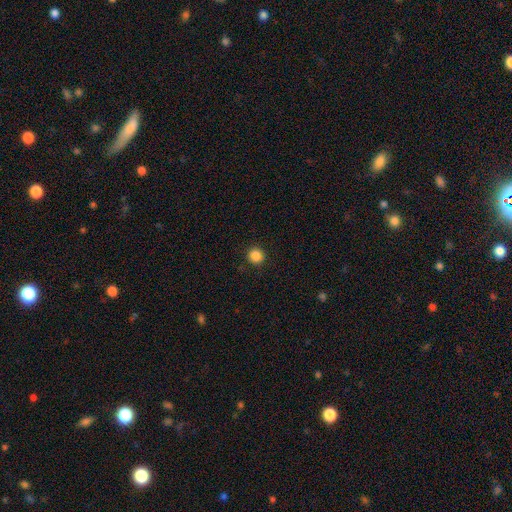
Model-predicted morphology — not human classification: Smooth or featured? Predicted: smooth (p=0.86). How rounded? Predicted: round (p=0.95). Merging? Predicted: none (p=0.92).